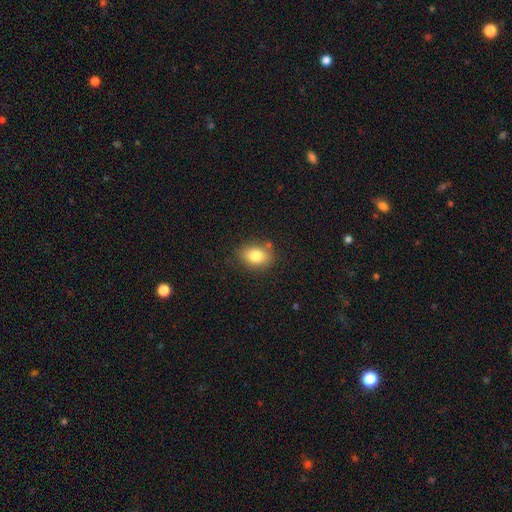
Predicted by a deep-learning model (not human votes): smooth_or_featured: smooth (p=0.81) [alt: featured or disk p=0.10]
how_rounded: in between (p=0.74) [alt: round p=0.25]
merging: none (p=0.80) [alt: minor disturbance p=0.14]